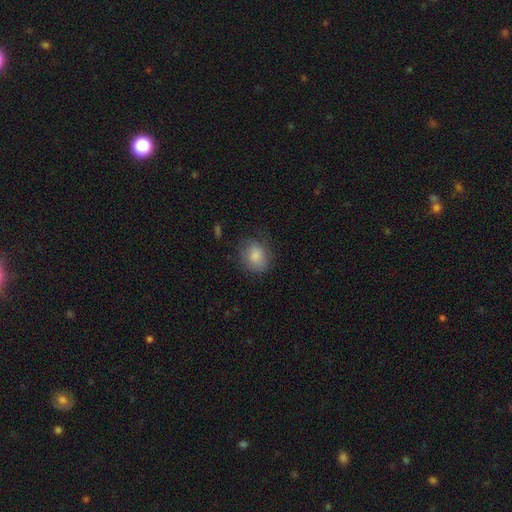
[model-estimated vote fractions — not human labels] This appears to be a smooth galaxy with no disk features (84%) that is round (64%). Merging: none (70%).